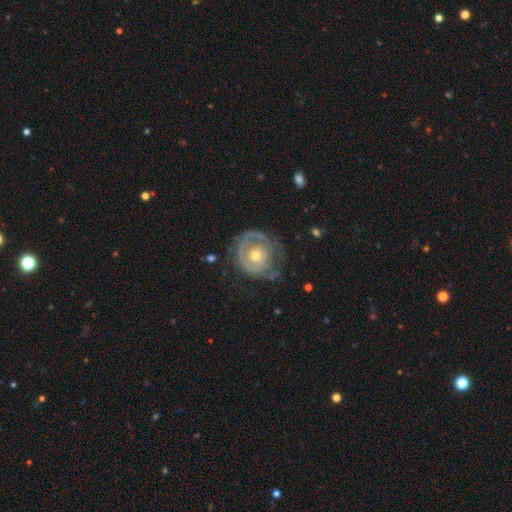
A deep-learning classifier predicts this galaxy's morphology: featured or disk 74%, smooth 21%, star or artifact 5%. Down the decision tree: edge-on disk — no (97%); bar — no (84%); spiral arms — yes (68%); bulge size — moderate (62%); merging — none (59%).